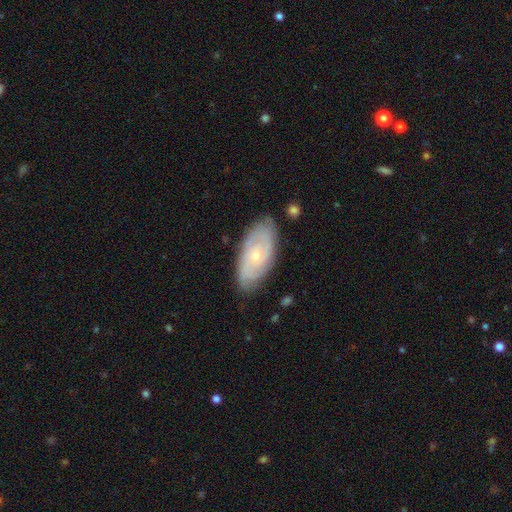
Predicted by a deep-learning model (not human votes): A featured or disk galaxy (74%) with no bar (79%), tight (67%) spiral arms (87%) and a small central bulge (71%).

Vote fractions:
- Smooth or featured? featured or disk: 74% / smooth: 20% / star or artifact: 6%
- Edge-on disk? no: 93% / yes: 7%
- Bar? no: 79% / weak: 18% / strong: 3%
- Spiral arms? yes: 87% / no: 13%
- Spiral winding? tight: 67% / medium: 26% / loose: 7%
- Spiral arm count? can't tell: 41% / 2: 33% / 3: 12% / 4: 6% / 1: 4% / more than 4: 4%
- Bulge size? small: 71% / moderate: 27% / none: 1% / large: 1% / dominant: 1%
- Merging? none: 78% / minor disturbance: 17% / major disturbance: 3% / merger: 2%